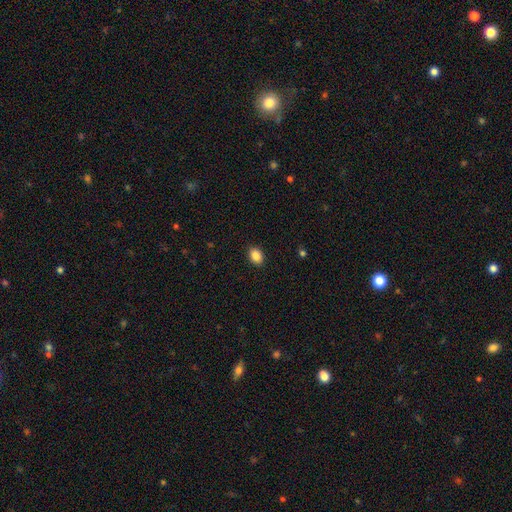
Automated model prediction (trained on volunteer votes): A smooth galaxy with no disk features (88%) that is in between round and cigar-shaped (76%). Merging: none (90%).